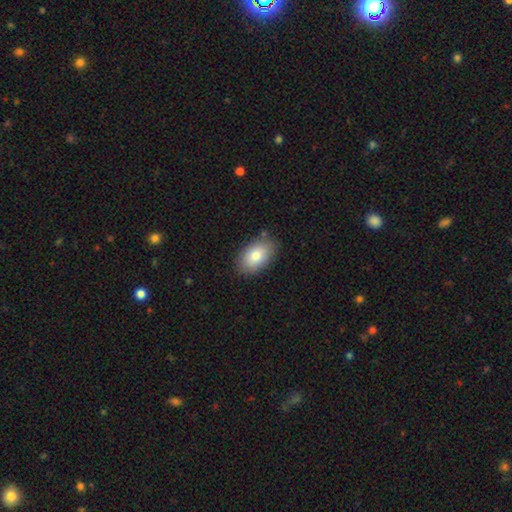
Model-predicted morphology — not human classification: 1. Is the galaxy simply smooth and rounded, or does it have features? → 79% smooth, 13% featured or disk, 7% star or artifact.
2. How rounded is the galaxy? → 91% in between, 7% round, 1% cigar-shaped.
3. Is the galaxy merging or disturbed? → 84% none, 12% minor disturbance, 3% major disturbance, 2% merger.